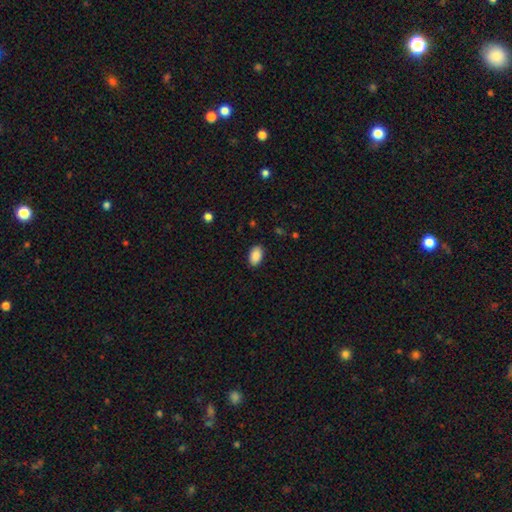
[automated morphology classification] This is clearly a smooth galaxy (89%). How rounded: clearly in between (92%). Merging: clearly none (89%).